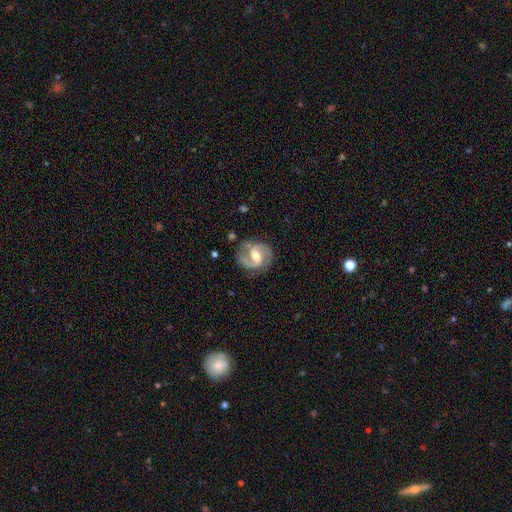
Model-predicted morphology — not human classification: Smooth or featured: featured or disk — 89% (smooth — 7%)
Edge-on disk: no — 98% (yes — 2%)
Bar: weak — 49% (strong — 30%)
Spiral arms: yes — 97% (no — 3%)
Spiral winding: medium — 59% (tight — 24%)
Spiral arm count: 2 — 91% (can't tell — 3%)
Bulge size: moderate — 63% (small — 30%)
Merging: none — 79% (minor disturbance — 14%)